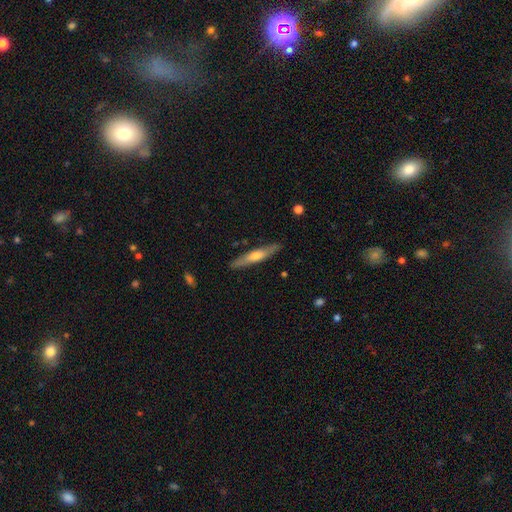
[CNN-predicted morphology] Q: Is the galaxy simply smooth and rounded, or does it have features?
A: featured or disk — 52%.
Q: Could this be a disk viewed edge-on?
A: yes — 90%.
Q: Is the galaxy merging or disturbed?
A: none — 89%.